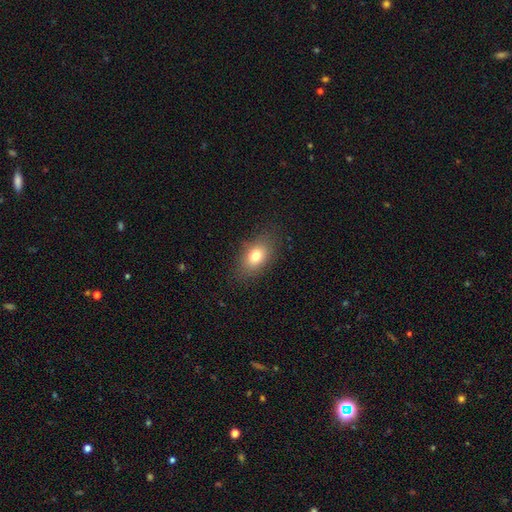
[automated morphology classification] smooth-or-featured: smooth: 77% | featured or disk: 12% | star or artifact: 10%
  how-rounded: in between: 83% | round: 14% | cigar-shaped: 3%
  merging: none: 83% | minor disturbance: 12% | major disturbance: 4% | merger: 1%